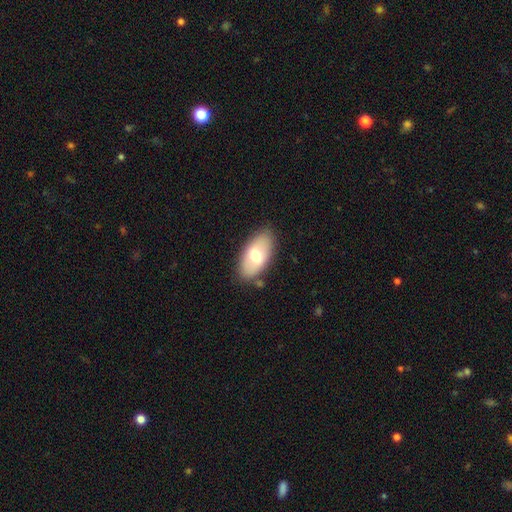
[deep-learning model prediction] Q: Smooth or featured?
A: smooth (64%); runner-up: featured or disk (29%)
Q: How rounded?
A: in between (94%); runner-up: round (4%)
Q: Merging?
A: none (81%); runner-up: minor disturbance (13%)